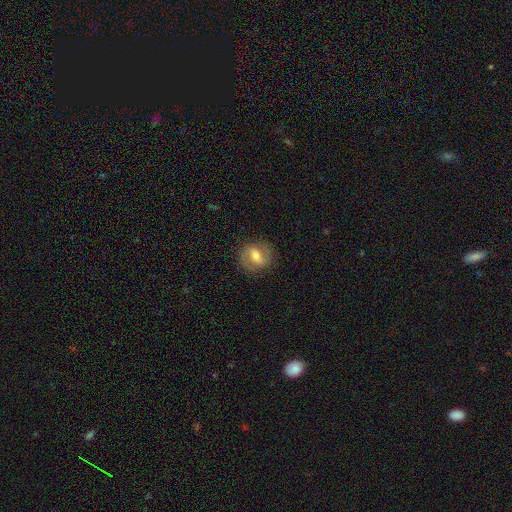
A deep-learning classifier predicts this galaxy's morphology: Overall: featured or disk (49%; smooth 44%). Merging: none (79%).